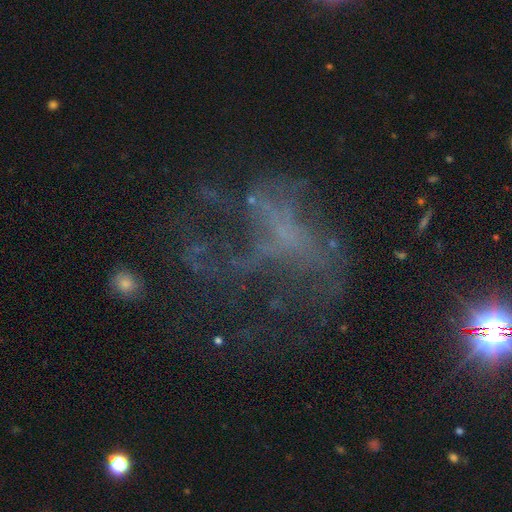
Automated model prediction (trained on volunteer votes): smooth-or-featured: featured or disk: 53% | star or artifact: 30% | smooth: 16%
  disk-edge-on: no: 96% | yes: 4%
    bar: no: 80% | weak: 15% | strong: 5%
    has-spiral-arms: no: 73% | yes: 27%
    bulge-size: none: 73% | small: 16% | moderate: 7% | large: 2% | dominant: 1%
  merging: major disturbance: 43% | none: 39% | minor disturbance: 13% | merger: 5%